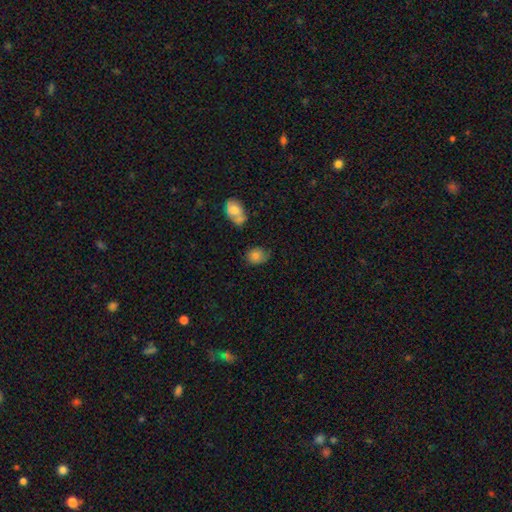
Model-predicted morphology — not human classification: smooth 78%, featured or disk 12%, star or artifact 10%. Down the decision tree: how rounded — round (52%); merging — none (58%).